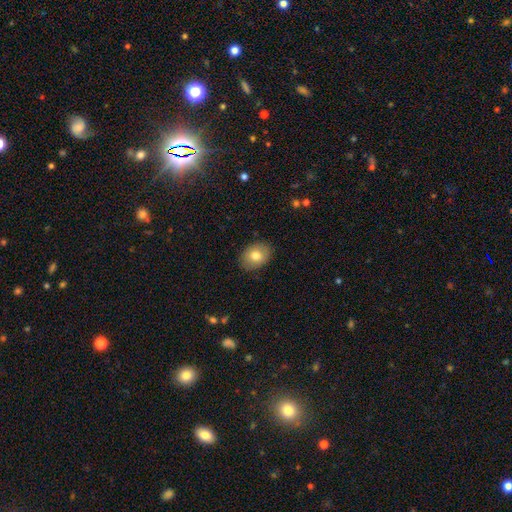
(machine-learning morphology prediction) The model was most divided on "how rounded": in between: 70%, round: 29%, cigar-shaped: 1%. More confident: merging — none (86%); smooth or featured — smooth (76%).